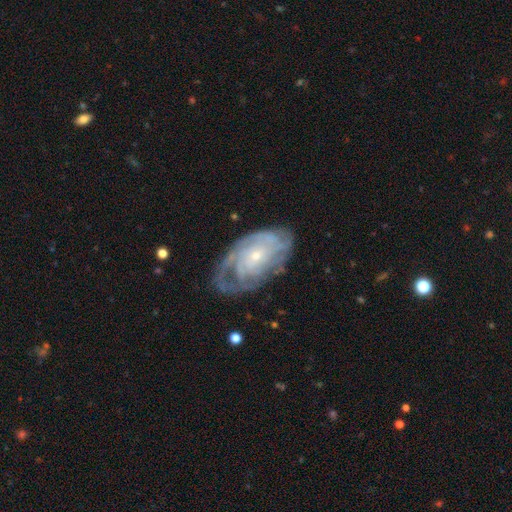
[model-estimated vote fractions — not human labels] featured or disk 83%, smooth 12%, star or artifact 6%. Down the decision tree: edge-on disk — no (95%); bar — no (75%); spiral arms — yes (92%); spiral arm count — can't tell (48%); spiral winding — tight (69%); bulge size — small (75%); merging — none (65%).